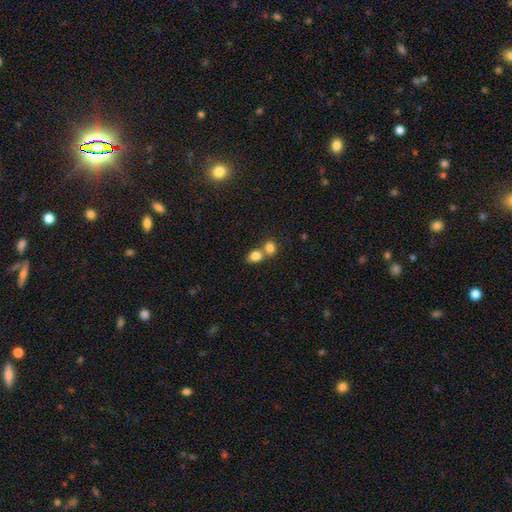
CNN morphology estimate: Overall: smooth (82%). How rounded: round (49%, tied with in between). Merging: merger (55%; none 35%).